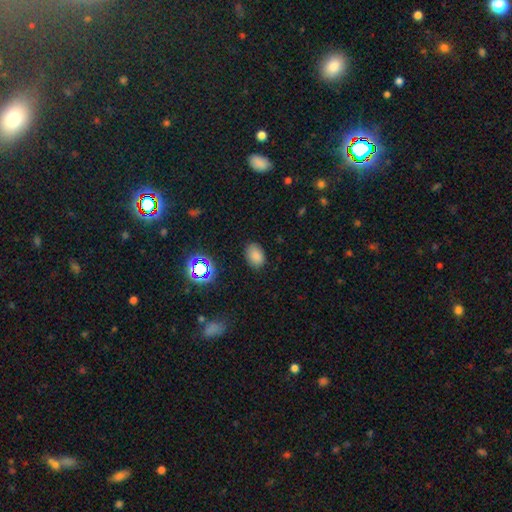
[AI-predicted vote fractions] This is likely a smooth galaxy (78%). How rounded: likely in between (79%). Merging: clearly none (84%).